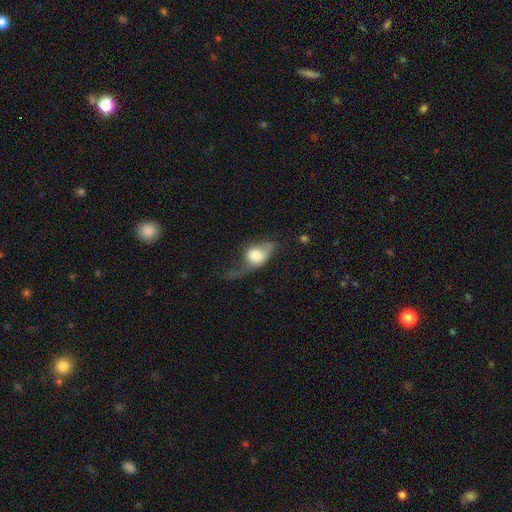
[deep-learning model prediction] Smooth or featured? Predicted: smooth (p=0.64). How rounded? Predicted: in between (p=0.62). Merging? Predicted: major disturbance (p=0.50).